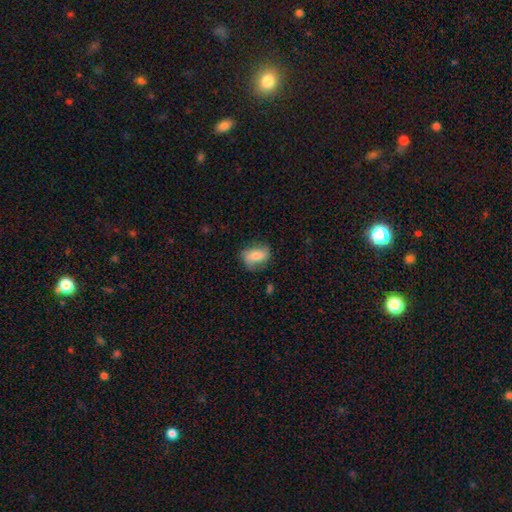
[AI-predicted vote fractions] The model was most divided on "smooth or featured": smooth: 66%, featured or disk: 27%, star or artifact: 8%. More confident: how rounded — in between (74%); merging — none (67%).